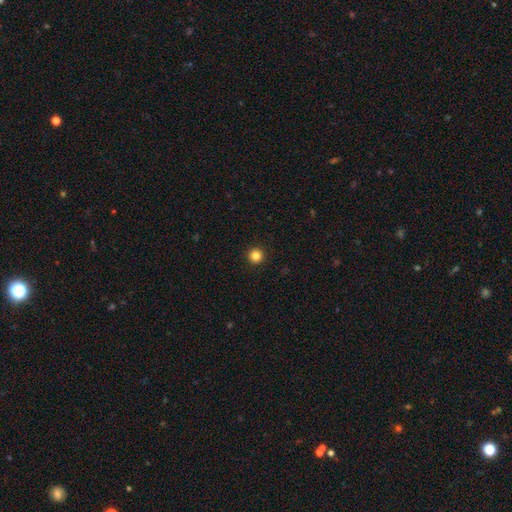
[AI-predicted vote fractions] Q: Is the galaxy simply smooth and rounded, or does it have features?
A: smooth — 84%.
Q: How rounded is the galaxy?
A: round — 97%.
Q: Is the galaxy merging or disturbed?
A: none — 94%.